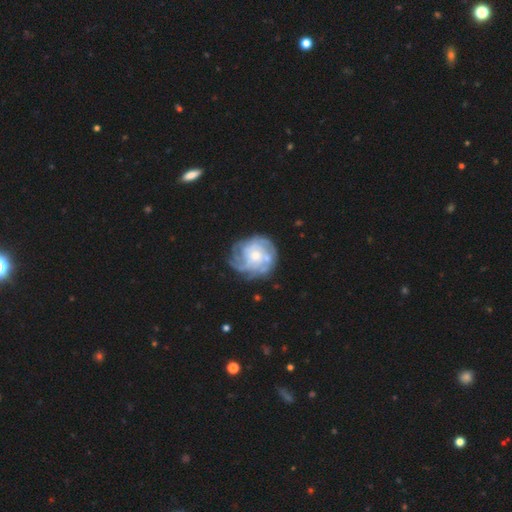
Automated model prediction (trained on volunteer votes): This is clearly a featured or disk galaxy (81%). It is clearly not viewed edge-on (98%). Bar: likely no (79%). Spiral arm pattern: clearly yes (91%). Spiral arm count: marginally can't tell (41%). Spiral winding: likely tight (65%). Central bulge: possibly moderate (48%). Merging: likely none (69%).